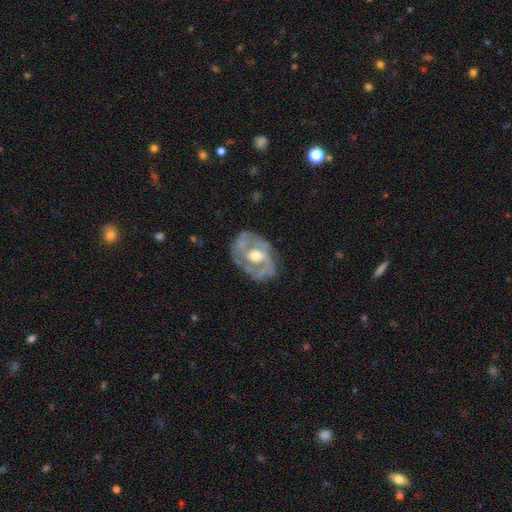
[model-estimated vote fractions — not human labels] Overall: featured or disk (82%). Edge-on disk: no (96%). Bar: no (52%; weak 35%). Spiral arms: yes (80%). Spiral arm count: 2 (52%; can't tell 23%). Spiral winding: medium (42%; tight 40%). Bulge size: moderate (73%). Merging: none (68%).